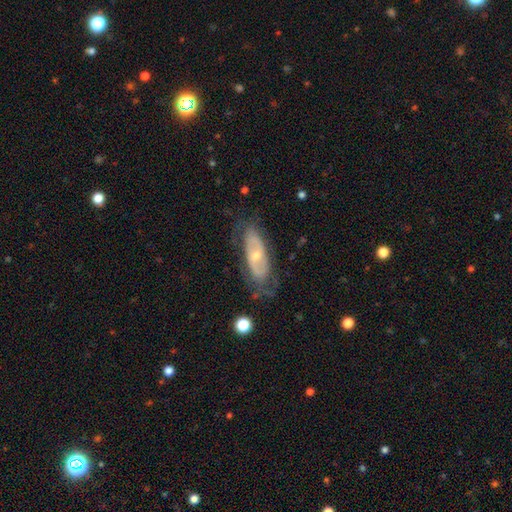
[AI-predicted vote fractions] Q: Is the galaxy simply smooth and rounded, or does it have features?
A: featured or disk — 72%.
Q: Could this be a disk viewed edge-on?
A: no — 86%.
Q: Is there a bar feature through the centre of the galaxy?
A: no — 56%.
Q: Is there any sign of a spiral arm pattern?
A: yes — 73%.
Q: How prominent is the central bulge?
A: small — 57%.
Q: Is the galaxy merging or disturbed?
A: none — 64%.